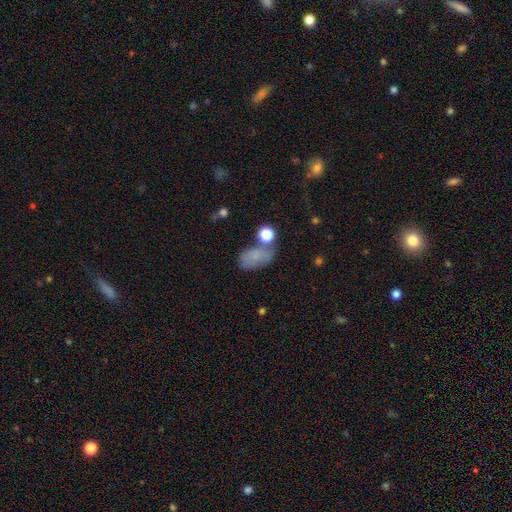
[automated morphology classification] Overall: smooth (72%). How rounded: in between (85%). Merging: none (45%; minor disturbance 24%).